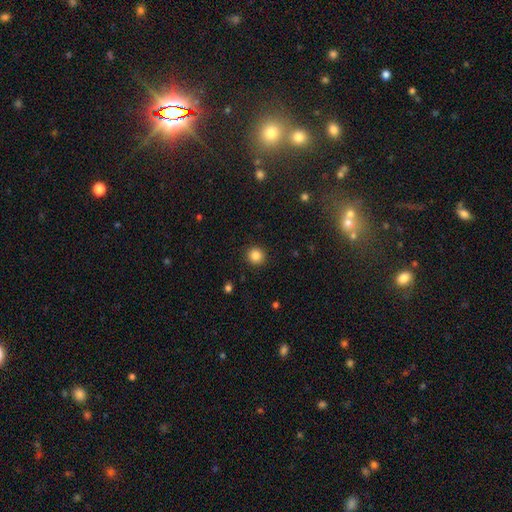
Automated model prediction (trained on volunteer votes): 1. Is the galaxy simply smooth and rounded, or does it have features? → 85% smooth, 11% star or artifact, 4% featured or disk.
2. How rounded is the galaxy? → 93% round, 6% in between, 1% cigar-shaped.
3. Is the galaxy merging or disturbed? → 92% none, 5% minor disturbance, 2% major disturbance, 1% merger.